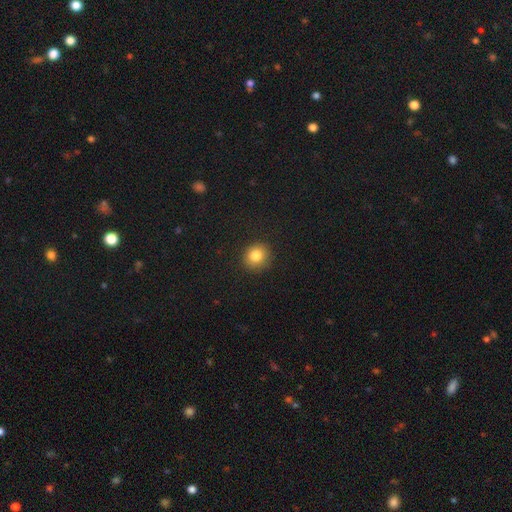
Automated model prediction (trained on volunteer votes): smooth_or_featured: smooth (p=0.83) [alt: star or artifact p=0.11]
how_rounded: round (p=0.83) [alt: in between p=0.16]
merging: none (p=0.89) [alt: minor disturbance p=0.07]